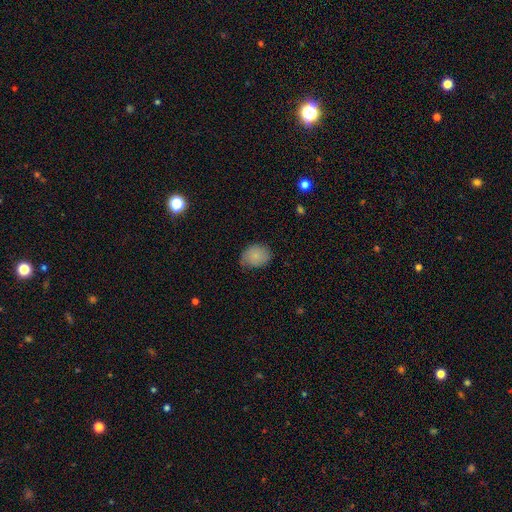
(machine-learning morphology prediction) smooth-or-featured: smooth: 81% | featured or disk: 12% | star or artifact: 8%
  how-rounded: in between: 60% | round: 39% | cigar-shaped: 1%
  merging: none: 66% | minor disturbance: 28% | major disturbance: 5% | merger: 1%